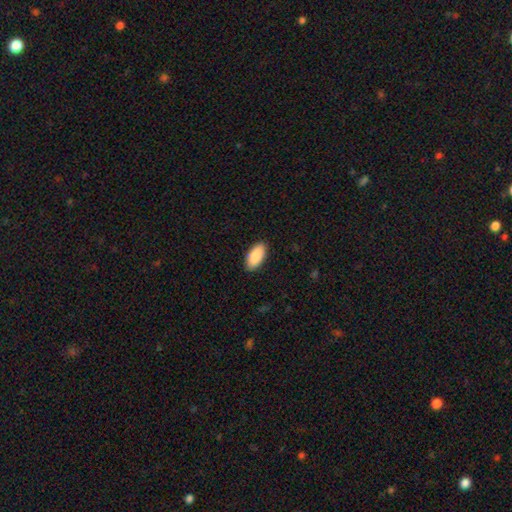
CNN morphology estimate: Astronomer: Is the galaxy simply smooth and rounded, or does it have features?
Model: smooth — 90%.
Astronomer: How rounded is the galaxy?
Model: in between — 92%.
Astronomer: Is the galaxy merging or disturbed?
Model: none — 89%.